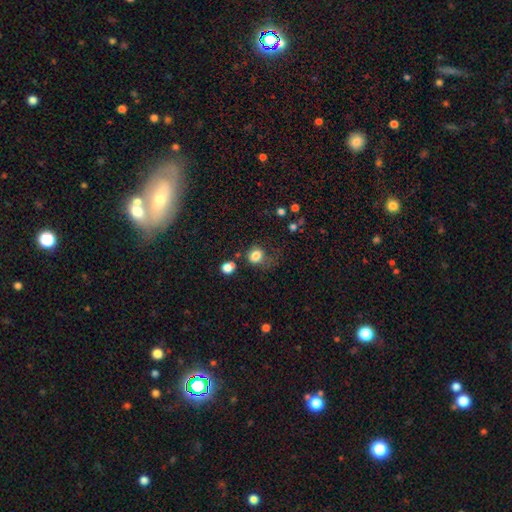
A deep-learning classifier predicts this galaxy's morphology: A smooth galaxy with no disk features (80%) that is round (62%). Merging: none (45%).